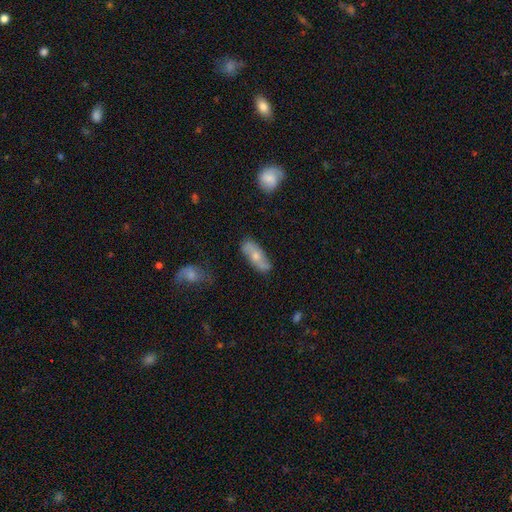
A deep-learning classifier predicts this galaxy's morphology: Smooth or featured? Predicted: smooth (p=0.50). Merging? Predicted: none (p=0.77).